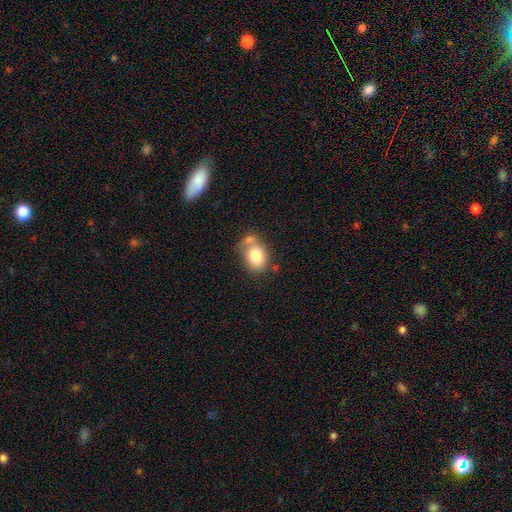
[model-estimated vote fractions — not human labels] smooth_or_featured: smooth (p=0.81) [alt: featured or disk p=0.11]
how_rounded: in between (p=0.70) [alt: round p=0.29]
merging: none (p=0.42) [alt: merger p=0.32]